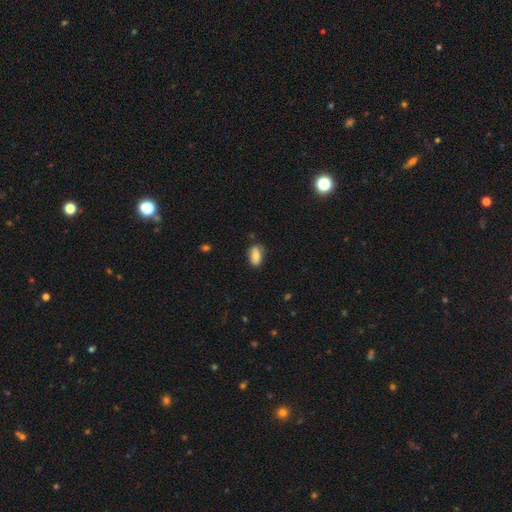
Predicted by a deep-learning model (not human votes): smooth 77%, featured or disk 15%, star or artifact 8%. Down the decision tree: how rounded — in between (89%); merging — none (74%).